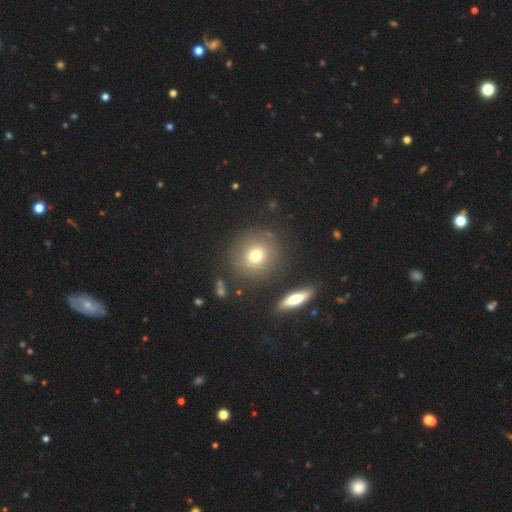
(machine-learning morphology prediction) Smooth or featured? smooth (74%)
How rounded? round (90%)
Merging? none (82%)